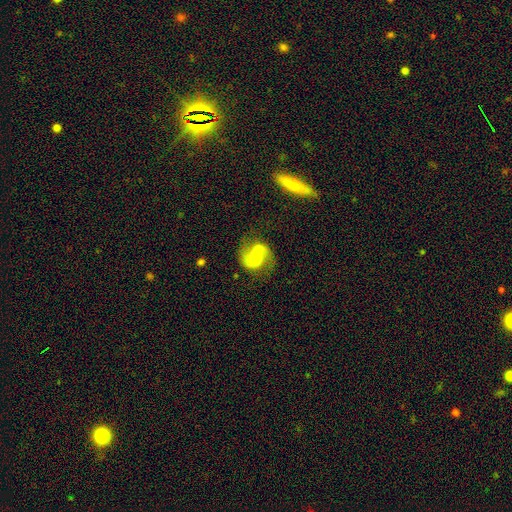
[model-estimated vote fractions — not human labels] A featured or disk galaxy (84%) with a weak bar (44%), 2 (93%) medium (51%) spiral arms (97%) and no central bulge (44%).

Vote fractions:
- Smooth or featured? featured or disk: 84% / smooth: 10% / star or artifact: 6%
- Edge-on disk? no: 98% / yes: 2%
- Bar? weak: 44% / no: 39% / strong: 17%
- Spiral arms? yes: 97% / no: 3%
- Spiral winding? medium: 51% / loose: 37% / tight: 12%
- Spiral arm count? 2: 93% / can't tell: 2% / 1: 2% / 3: 1% / 4: 1% / more than 4: 1%
- Bulge size? none: 44% / small: 35% / moderate: 17% / large: 3% / dominant: 1%
- Merging? none: 74% / minor disturbance: 16% / major disturbance: 7% / merger: 3%